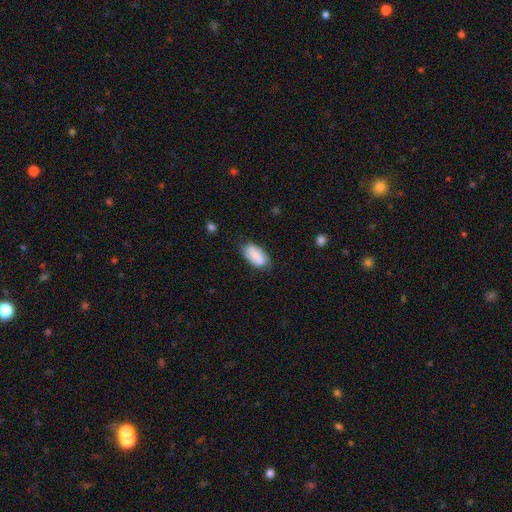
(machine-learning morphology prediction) Q: Smooth or featured?
A: smooth (79%); runner-up: featured or disk (14%)
Q: How rounded?
A: in between (93%); runner-up: cigar-shaped (4%)
Q: Merging?
A: none (75%); runner-up: minor disturbance (19%)